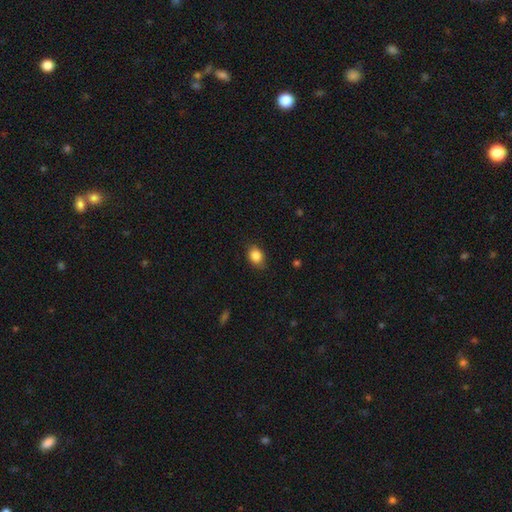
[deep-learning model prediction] A smooth galaxy with no disk features (86%) that is in between round and cigar-shaped (67%).

Vote fractions:
- Smooth or featured? smooth: 86% / star or artifact: 9% / featured or disk: 5%
- How rounded? in between: 67% / round: 31% / cigar-shaped: 1%
- Merging? none: 81% / minor disturbance: 15% / major disturbance: 3% / merger: 1%